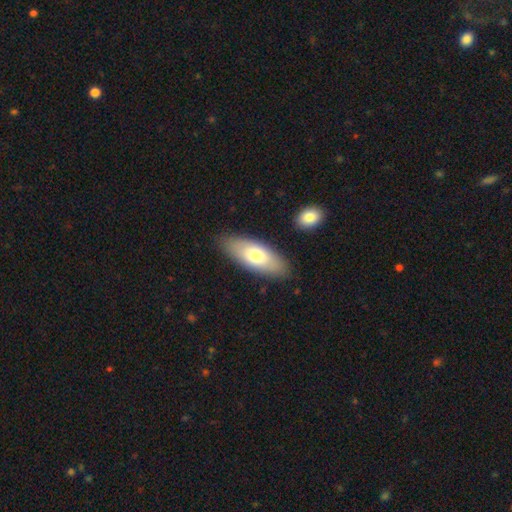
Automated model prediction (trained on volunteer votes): Morphology: type=smooth (71%); roundness=in between (79%); merging=none (84%).